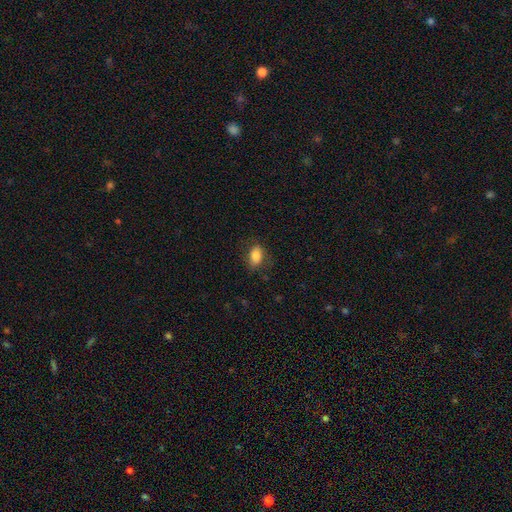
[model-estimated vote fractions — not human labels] Smooth or featured? smooth (83%)
How rounded? in between (86%)
Merging? none (76%)